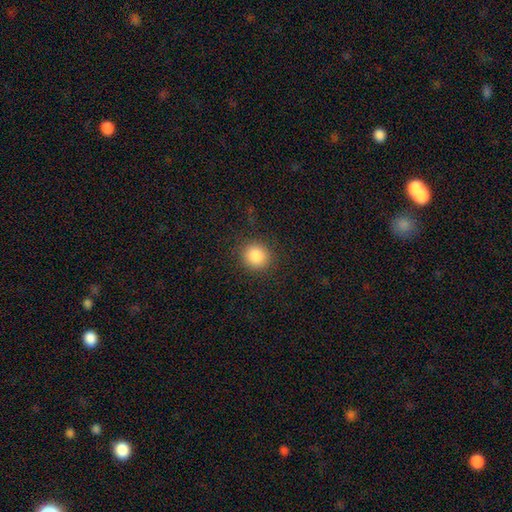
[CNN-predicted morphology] Smooth or featured? Predicted: smooth (p=0.86). How rounded? Predicted: round (p=0.87). Merging? Predicted: none (p=0.88).